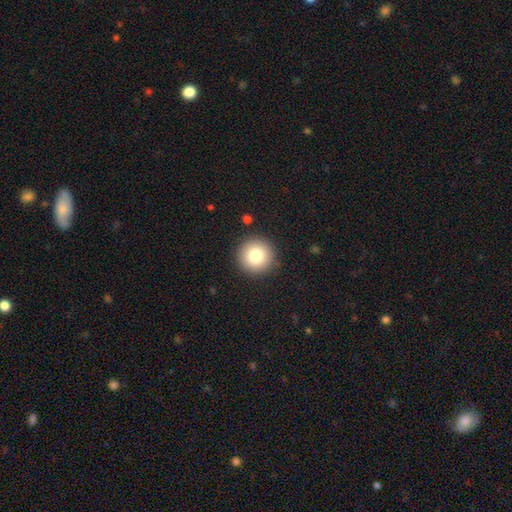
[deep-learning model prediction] smooth-or-featured: smooth: 79% | star or artifact: 11% | featured or disk: 10%
  how-rounded: round: 96% | in between: 3% | cigar-shaped: 1%
  merging: none: 91% | minor disturbance: 5% | major disturbance: 2% | merger: 1%